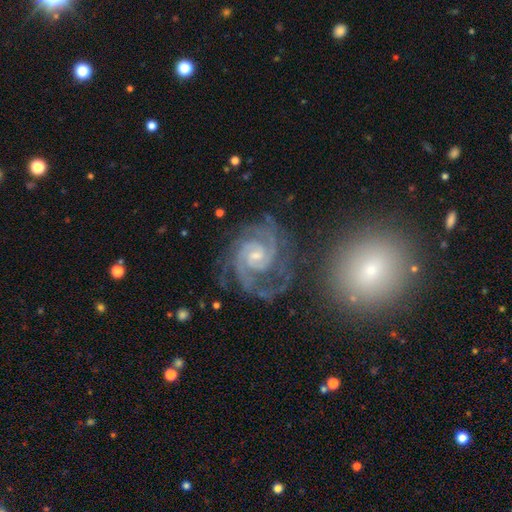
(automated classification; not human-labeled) Smooth or featured: featured or disk — 92% (star or artifact — 5%)
Edge-on disk: no — 98% (yes — 2%)
Bar: no — 50% (weak — 38%)
Spiral arms: yes — 99% (no — 1%)
Spiral winding: tight — 59% (medium — 37%)
Spiral arm count: 2 — 57% (3 — 23%)
Bulge size: small — 66% (moderate — 28%)
Merging: none — 66% (minor disturbance — 18%)